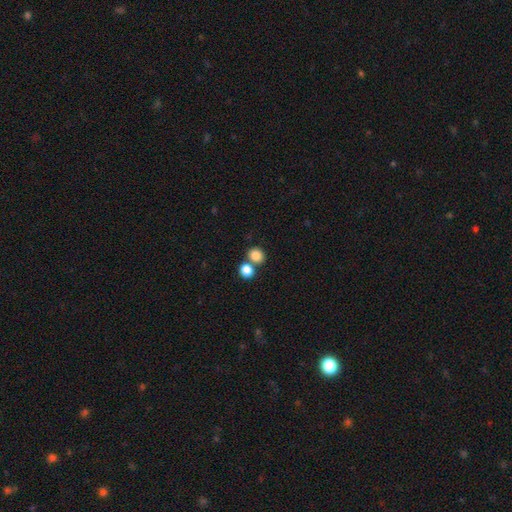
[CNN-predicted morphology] Smooth or featured? Predicted: smooth (p=0.83). How rounded? Predicted: round (p=0.74). Merging? Predicted: none (p=0.57).